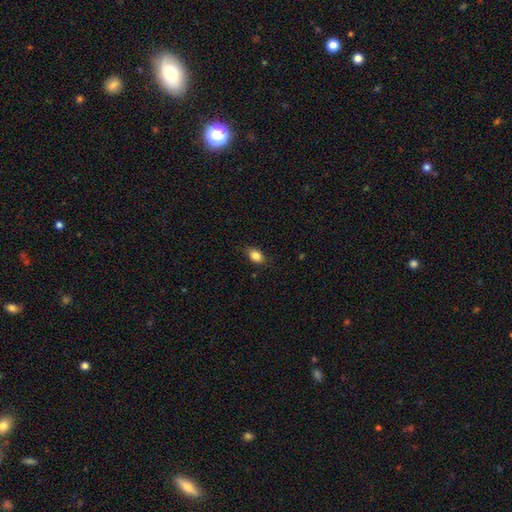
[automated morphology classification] The model was most divided on "how rounded": in between: 77%, round: 21%, cigar-shaped: 2%. More confident: smooth or featured — smooth (84%); merging — none (80%).